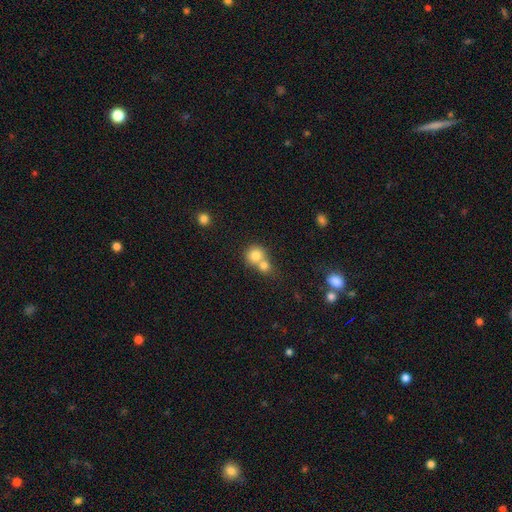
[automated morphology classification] smooth 78%, featured or disk 11%, star or artifact 11%. Down the decision tree: how rounded — round (85%); merging — merger (58%).